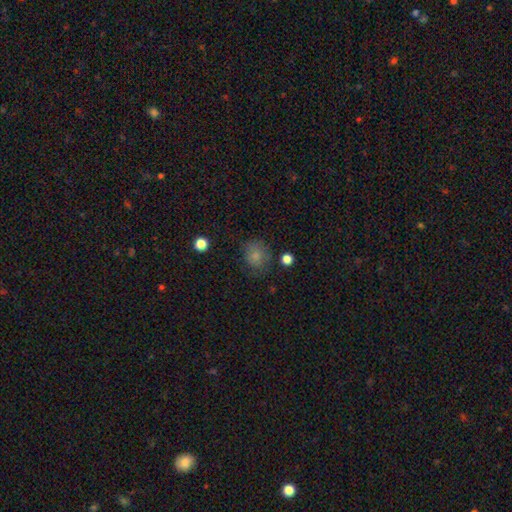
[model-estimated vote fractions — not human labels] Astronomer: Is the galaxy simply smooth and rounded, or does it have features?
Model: smooth — 80%.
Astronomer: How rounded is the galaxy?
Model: round — 72%.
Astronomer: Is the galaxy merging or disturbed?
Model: none — 70%.